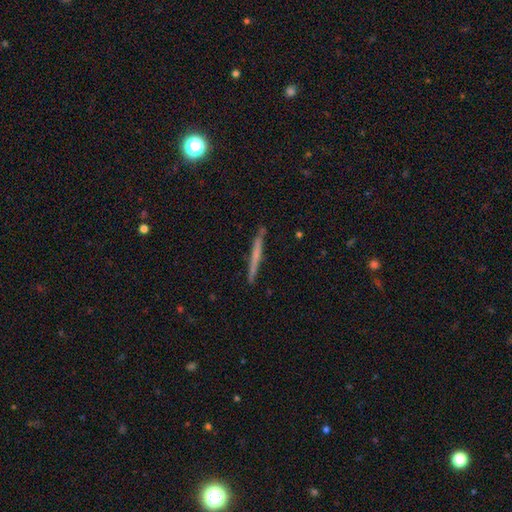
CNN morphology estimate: Smooth or featured? Predicted: featured or disk (p=0.48). Merging? Predicted: none (p=0.89).